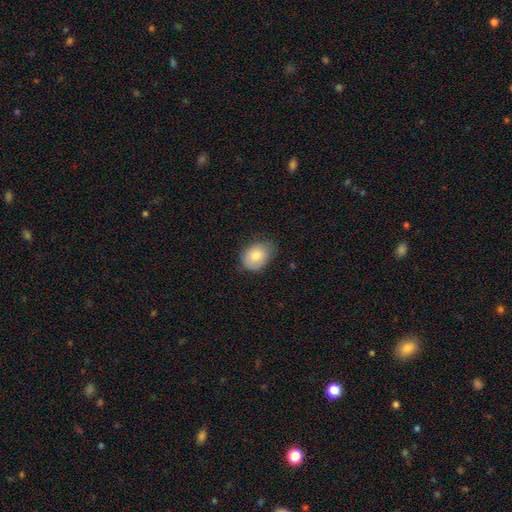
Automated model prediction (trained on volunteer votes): Smooth or featured: smooth — 80% (featured or disk — 12%)
How rounded: in between — 64% (round — 35%)
Merging: none — 62% (minor disturbance — 31%)